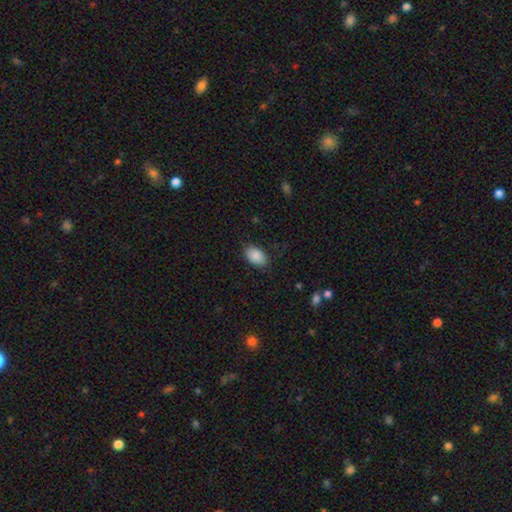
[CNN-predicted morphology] The model was most divided on "merging": none: 84%, minor disturbance: 12%, major disturbance: 3%, merger: 1%. More confident: how rounded — in between (90%); smooth or featured — smooth (89%).